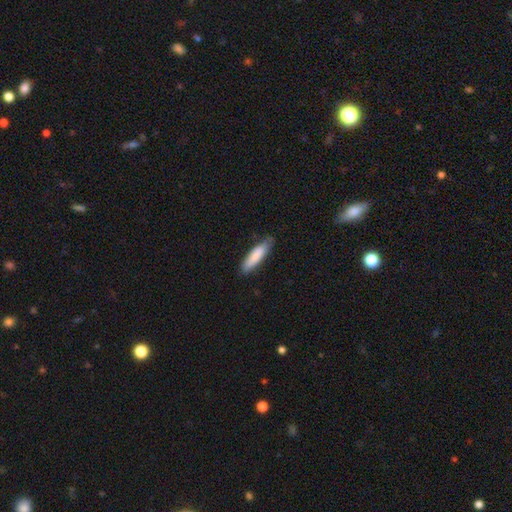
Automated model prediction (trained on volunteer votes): Smooth or featured? smooth (84%)
How rounded? cigar-shaped (65%)
Merging? none (74%)